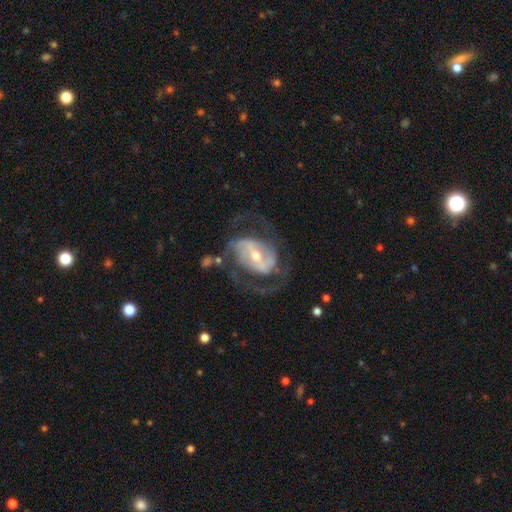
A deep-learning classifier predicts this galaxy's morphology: This is clearly a featured or disk galaxy (88%). It is clearly not viewed edge-on (97%). Bar: marginally strong (42%). Spiral arm pattern: clearly yes (92%). Spiral arm count: likely 2 (72%). Spiral winding: possibly medium (52%). Central bulge: possibly moderate (48%). Merging: likely none (62%).